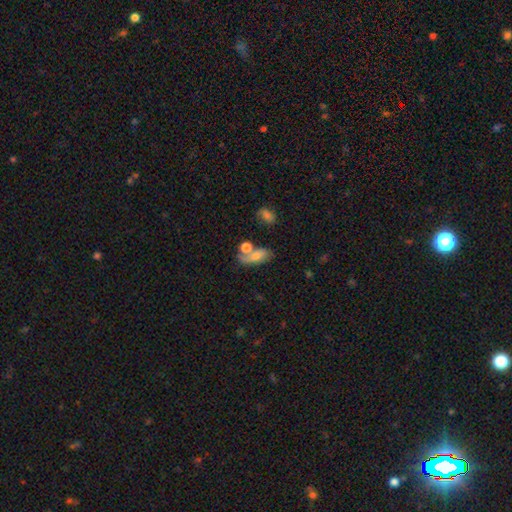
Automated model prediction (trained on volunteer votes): The model was most divided on "merging": none: 43%, merger: 28%, minor disturbance: 19%, major disturbance: 11%. More confident: how rounded — in between (79%); smooth or featured — smooth (61%).